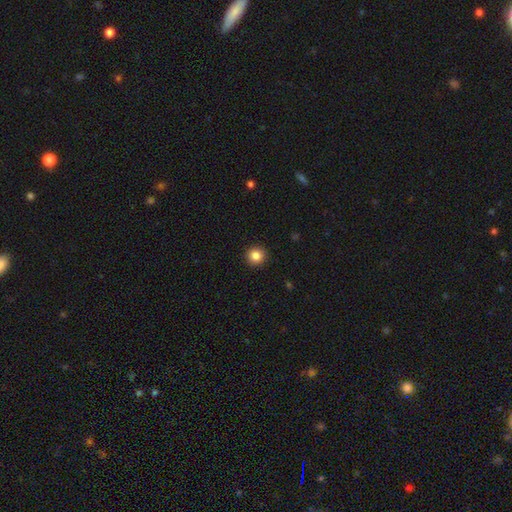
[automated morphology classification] Smooth or featured: smooth — 85% (star or artifact — 10%)
How rounded: round — 94% (in between — 5%)
Merging: none — 93% (minor disturbance — 5%)